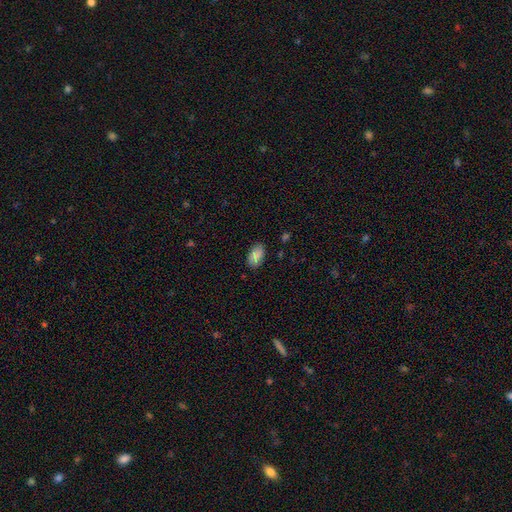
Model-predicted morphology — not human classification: smooth 86%, star or artifact 7%, featured or disk 7%. Down the decision tree: how rounded — in between (93%); merging — none (83%).